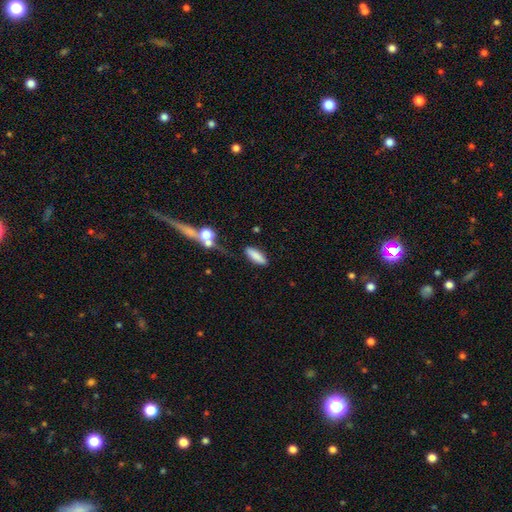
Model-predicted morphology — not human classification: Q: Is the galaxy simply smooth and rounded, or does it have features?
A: smooth — 83%.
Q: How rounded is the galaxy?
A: in between — 54%.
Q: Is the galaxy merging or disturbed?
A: none — 79%.